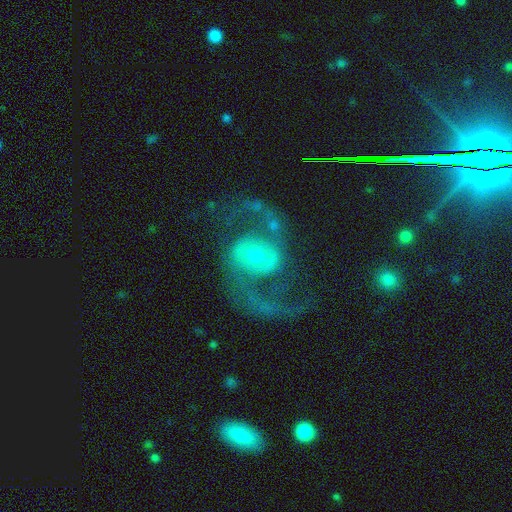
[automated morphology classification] Q: Smooth or featured?
A: featured or disk (89%); runner-up: smooth (6%)
Q: Edge-on disk?
A: no (98%); runner-up: yes (2%)
Q: Bar?
A: no (46%); runner-up: weak (38%)
Q: Spiral arms?
A: yes (95%); runner-up: no (5%)
Q: Spiral winding?
A: medium (51%); runner-up: loose (38%)
Q: Spiral arm count?
A: 2 (93%); runner-up: can't tell (2%)
Q: Bulge size?
A: moderate (52%); runner-up: small (41%)
Q: Merging?
A: none (72%); runner-up: minor disturbance (13%)